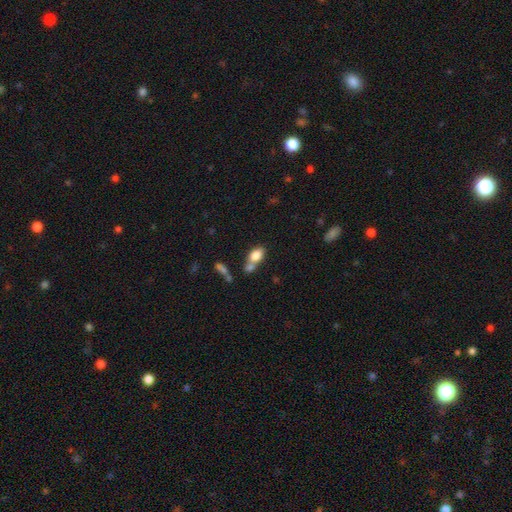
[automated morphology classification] The model was most divided on "merging": merger: 43%, none: 39%, minor disturbance: 12%, major disturbance: 6%. More confident: how rounded — in between (86%); smooth or featured — smooth (80%).